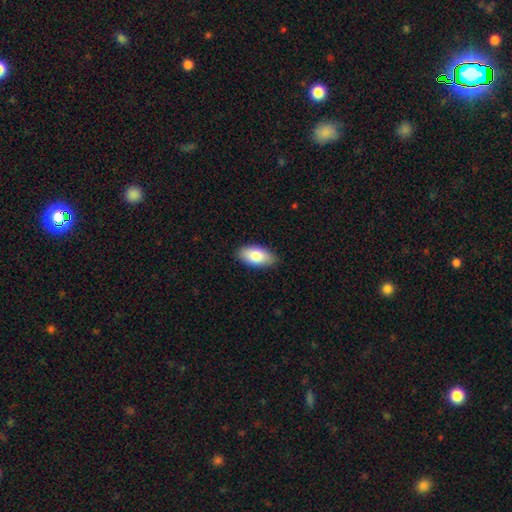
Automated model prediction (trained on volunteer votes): Morphology: type=smooth (81%); roundness=in between (93%); merging=none (86%).